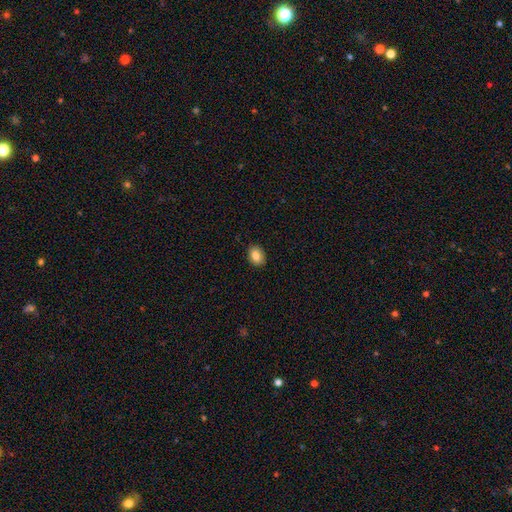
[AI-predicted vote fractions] Smooth or featured: smooth — 87% (star or artifact — 8%)
How rounded: in between — 73% (round — 26%)
Merging: none — 88% (minor disturbance — 9%)